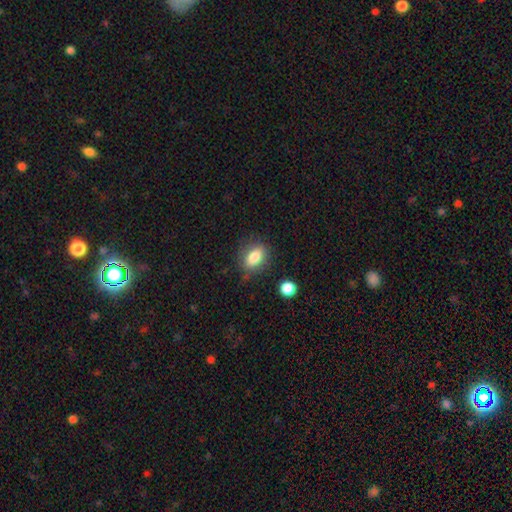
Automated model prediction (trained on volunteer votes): smooth_or_featured: smooth (p=0.83) [alt: star or artifact p=0.09]
how_rounded: in between (p=0.79) [alt: round p=0.17]
merging: none (p=0.76) [alt: minor disturbance p=0.16]